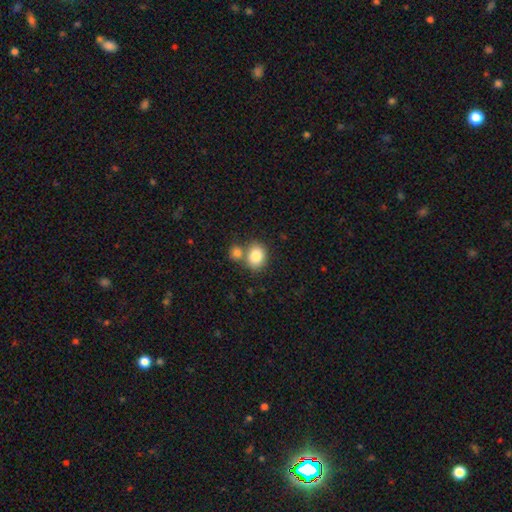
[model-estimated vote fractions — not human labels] A smooth galaxy with no disk features (83%) that is round (52%). Merging: none (55%).